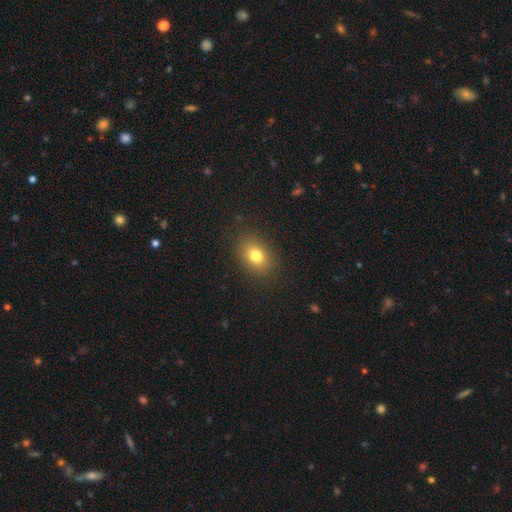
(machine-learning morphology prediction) smooth-or-featured: smooth: 78% | star or artifact: 12% | featured or disk: 10%
  how-rounded: in between: 67% | round: 32% | cigar-shaped: 1%
  merging: none: 86% | minor disturbance: 9% | major disturbance: 4% | merger: 1%